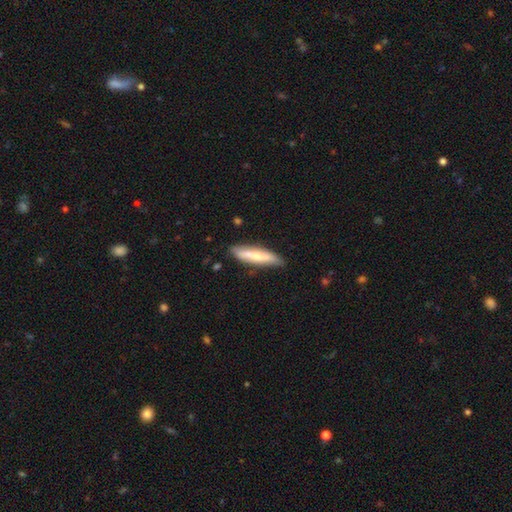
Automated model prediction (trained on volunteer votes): A smooth galaxy with no disk features (62%) that is cigar-shaped (81%).

Vote fractions:
- Smooth or featured? smooth: 62% / featured or disk: 32% / star or artifact: 6%
- How rounded? cigar-shaped: 81% / in between: 18% / round: 1%
- Merging? none: 79% / minor disturbance: 16% / major disturbance: 3% / merger: 2%